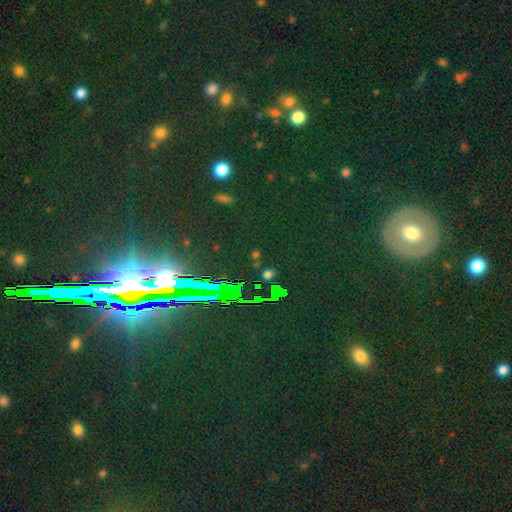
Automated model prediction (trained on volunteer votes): This appears to be a star or artifact, not a galaxy (76%).